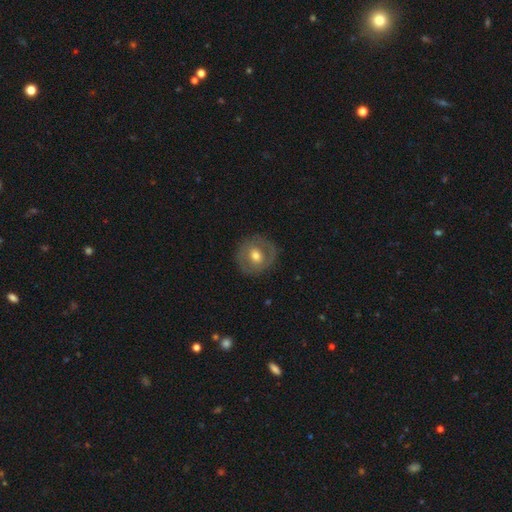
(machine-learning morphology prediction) Overall: featured or disk (51%; smooth 42%). Edge-on disk: no (95%). Merging: none (85%).